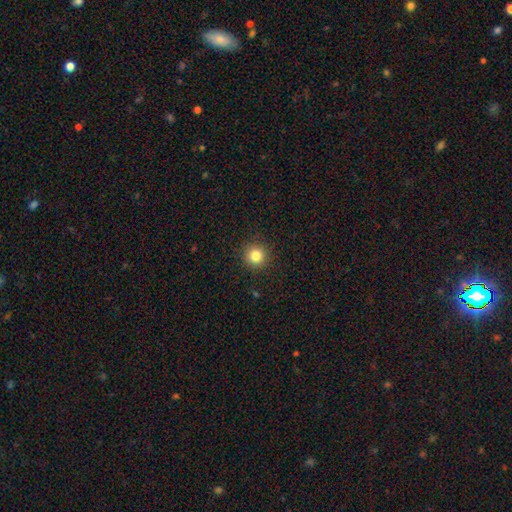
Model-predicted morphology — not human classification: This appears to be a smooth galaxy with no disk features (83%) that is round (95%). Merging: none (92%).